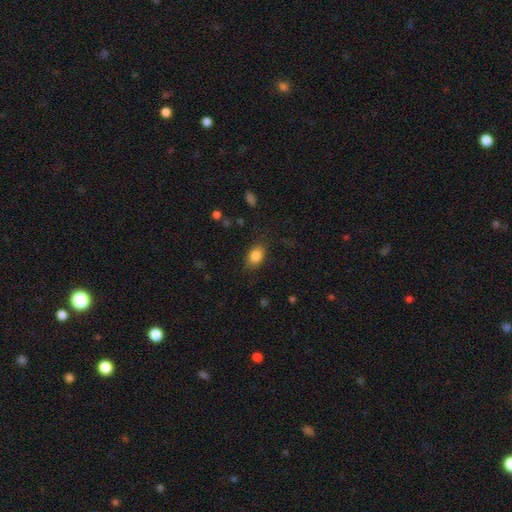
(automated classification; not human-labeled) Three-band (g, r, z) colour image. It shows a smooth galaxy with no disk features (84%) that is in between round and cigar-shaped (82%). Merging: none (81%).